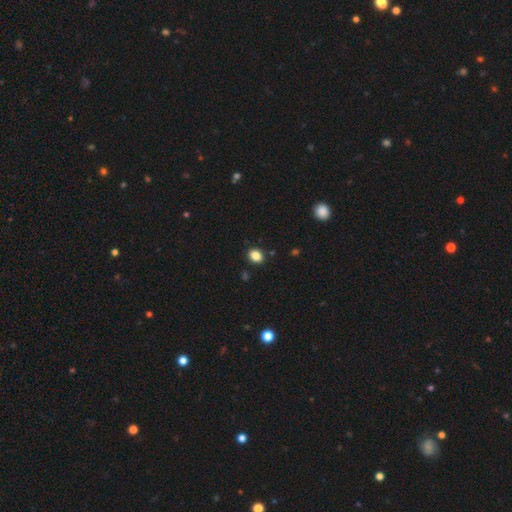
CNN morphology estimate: Smooth or featured: smooth — 86% (star or artifact — 10%)
How rounded: in between — 53% (round — 46%)
Merging: none — 89% (minor disturbance — 8%)